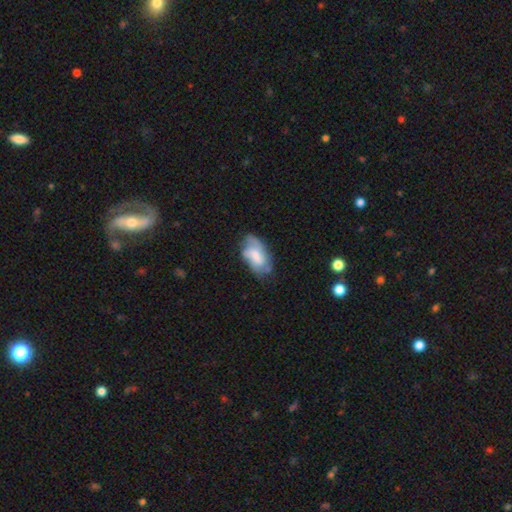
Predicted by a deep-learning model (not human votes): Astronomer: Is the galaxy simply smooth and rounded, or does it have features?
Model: smooth — 48% (runner-up: featured or disk, 45%).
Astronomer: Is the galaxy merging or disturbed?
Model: none — 54% (runner-up: minor disturbance, 30%).